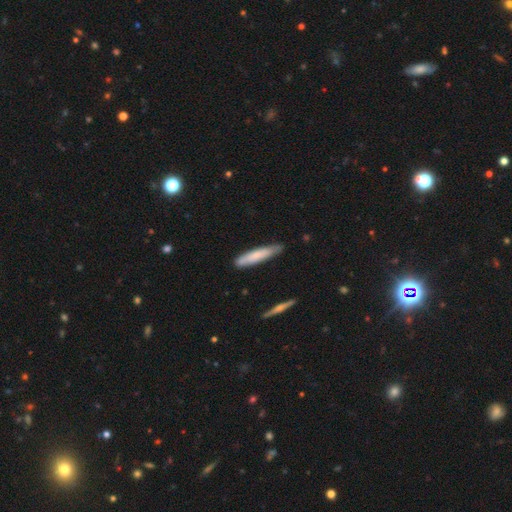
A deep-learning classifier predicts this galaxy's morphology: smooth_or_featured: smooth (p=0.70) [alt: featured or disk p=0.24]
how_rounded: cigar-shaped (p=0.88) [alt: in between p=0.11]
merging: none (p=0.78) [alt: minor disturbance p=0.17]